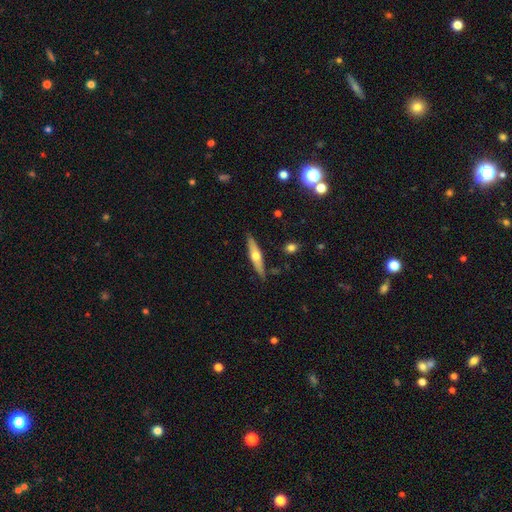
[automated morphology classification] Smooth or featured: featured or disk — 57% (smooth — 37%)
Edge-on disk: yes — 92% (no — 8%)
Edge-on bulge: rounded — 92% (none — 5%)
Merging: none — 85% (minor disturbance — 11%)